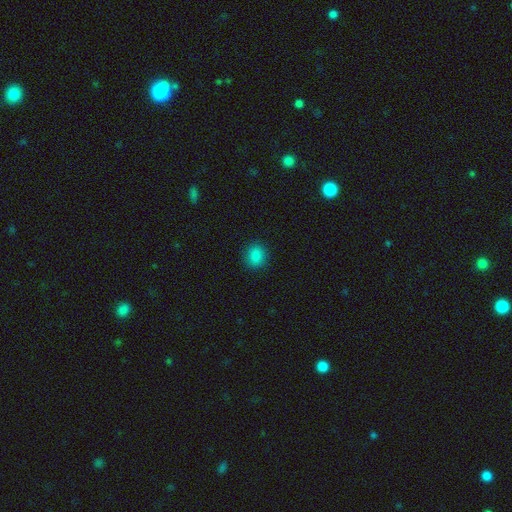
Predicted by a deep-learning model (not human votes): This appears to be a smooth galaxy with no disk features (85%) that is round (74%). Merging: none (90%).